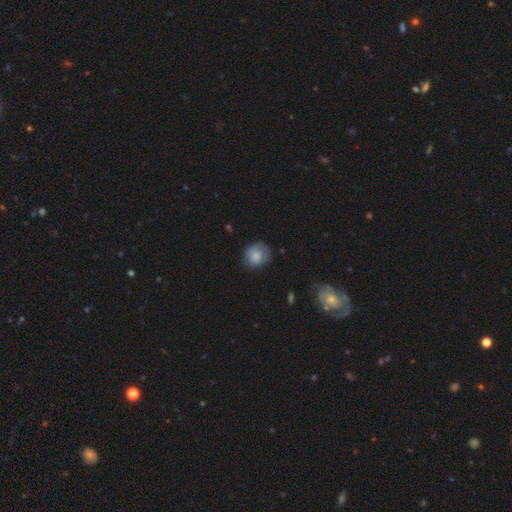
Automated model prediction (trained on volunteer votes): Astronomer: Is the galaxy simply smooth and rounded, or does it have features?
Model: smooth — 81%.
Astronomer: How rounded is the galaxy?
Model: round — 81%.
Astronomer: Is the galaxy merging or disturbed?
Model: none — 69%.